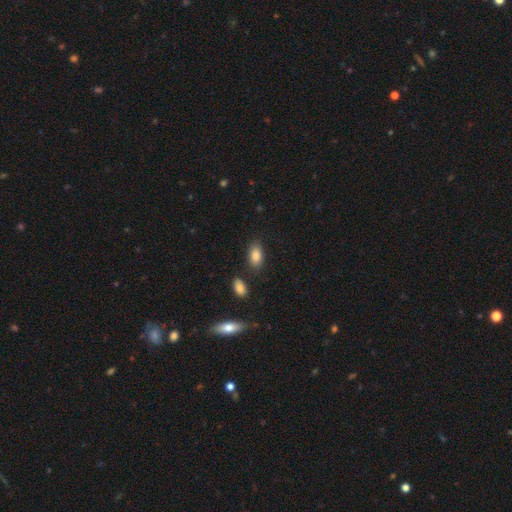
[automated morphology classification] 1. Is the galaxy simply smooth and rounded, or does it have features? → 84% smooth, 8% featured or disk, 8% star or artifact.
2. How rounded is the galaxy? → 91% in between, 6% round, 3% cigar-shaped.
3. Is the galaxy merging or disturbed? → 80% none, 12% minor disturbance, 5% merger, 3% major disturbance.